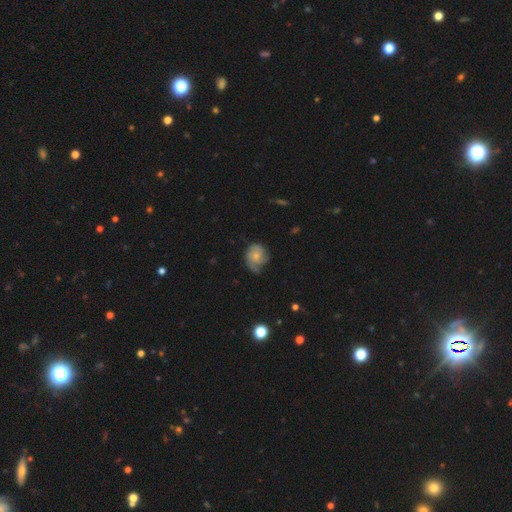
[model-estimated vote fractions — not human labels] Smooth or featured: featured or disk — 58% (smooth — 35%)
Edge-on disk: no — 98% (yes — 2%)
Bar: no — 79% (weak — 19%)
Spiral arms: yes — 87% (no — 13%)
Bulge size: small — 56% (moderate — 36%)
Merging: none — 56% (minor disturbance — 31%)